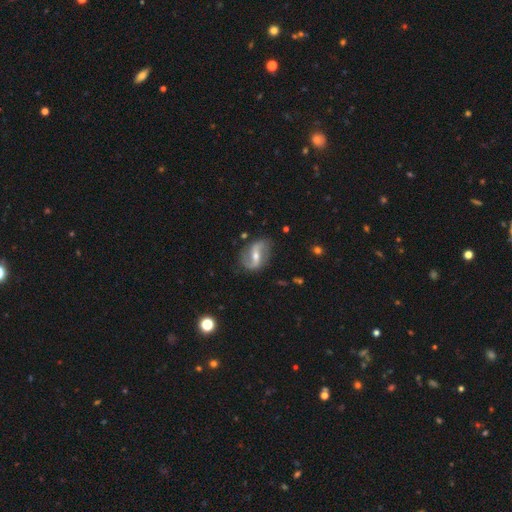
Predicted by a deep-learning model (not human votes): smooth-or-featured: featured or disk: 83% | smooth: 11% | star or artifact: 6%
  disk-edge-on: no: 96% | yes: 4%
    bar: strong: 46% | weak: 37% | no: 17%
    has-spiral-arms: yes: 91% | no: 9%
      spiral-winding: loose: 68% | medium: 24% | tight: 8%
      spiral-arm-count: 2: 90% | 1: 4% | can't tell: 4% | 3: 1% | 4: 1% | more than 4: 1%
    bulge-size: moderate: 56% | small: 38% | large: 3% | none: 2% | dominant: 1%
  merging: none: 78% | minor disturbance: 15% | major disturbance: 6% | merger: 2%